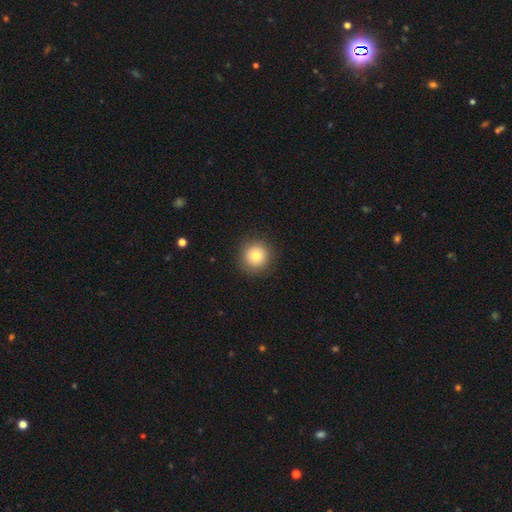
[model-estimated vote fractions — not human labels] This appears to be a smooth galaxy with no disk features (79%) that is round (95%). Merging: none (91%).